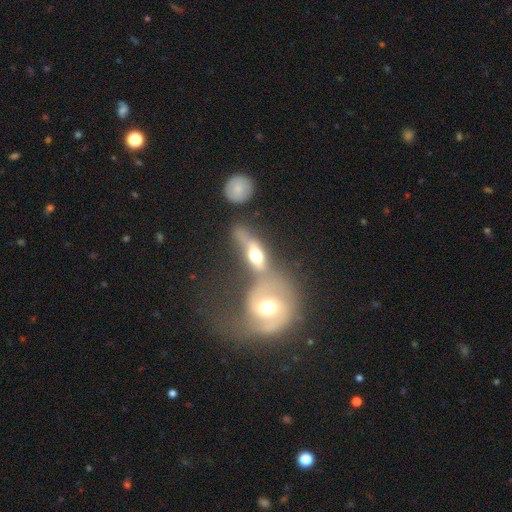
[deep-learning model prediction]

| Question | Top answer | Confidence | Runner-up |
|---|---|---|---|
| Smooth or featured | featured or disk | 52% | smooth (39%) |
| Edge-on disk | yes | 53% | no (47%) |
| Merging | merger | 54% | none (25%) |